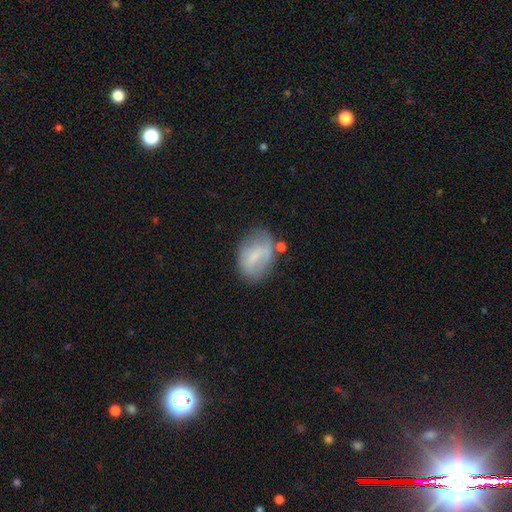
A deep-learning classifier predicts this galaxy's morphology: This is possibly a smooth galaxy (52%). How rounded: clearly in between (80%). Merging: possibly none (56%).